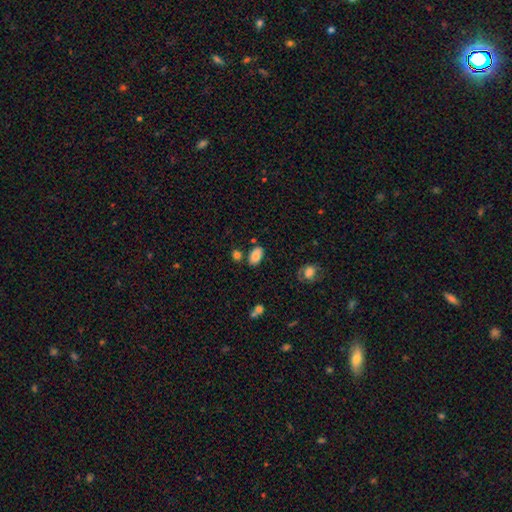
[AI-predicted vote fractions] Morphology: type=smooth (83%); roundness=in between (93%); merging=none (75%).